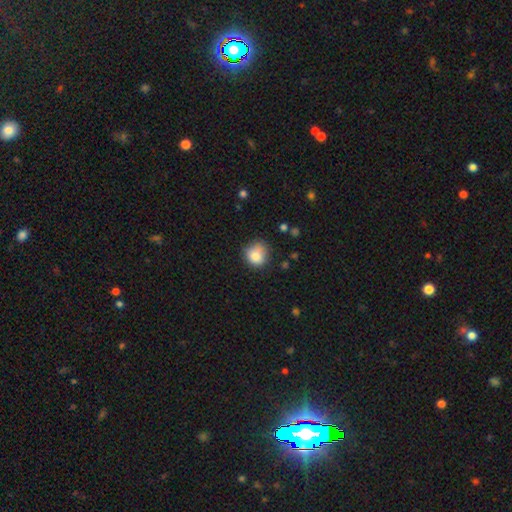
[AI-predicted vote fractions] smooth_or_featured: smooth (p=0.83) [alt: star or artifact p=0.10]
how_rounded: round (p=0.80) [alt: in between p=0.19]
merging: none (p=0.64) [alt: minor disturbance p=0.26]